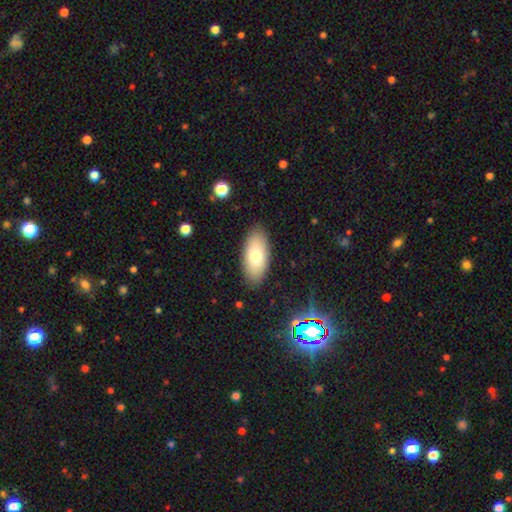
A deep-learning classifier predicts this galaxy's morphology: smooth 74%, featured or disk 19%, star or artifact 7%. Down the decision tree: how rounded — in between (92%); merging — none (87%).